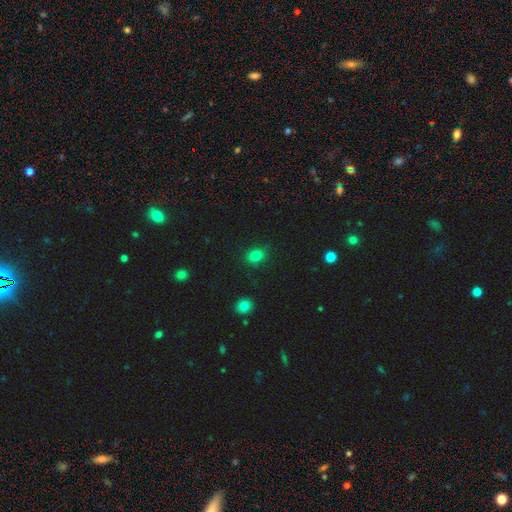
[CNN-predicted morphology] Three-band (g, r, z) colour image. It shows a smooth galaxy with no disk features (82%) that is round (56%). Merging: none (81%).